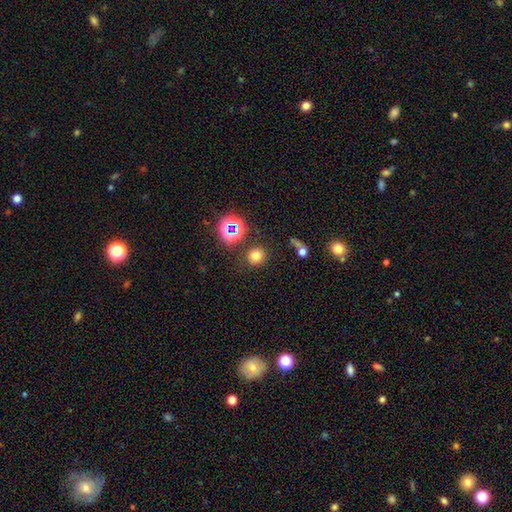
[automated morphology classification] Overall: smooth (72%). How rounded: round (86%). Merging: none (84%).